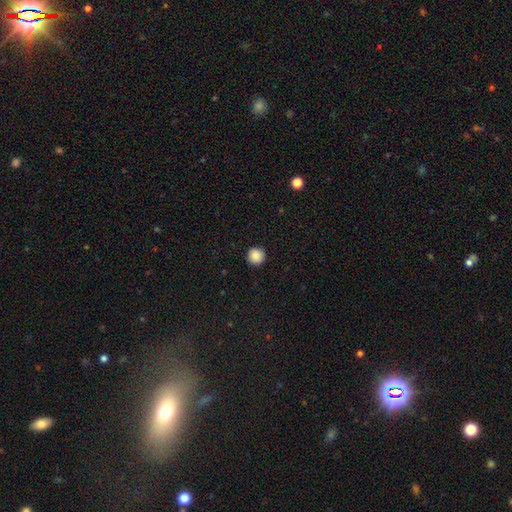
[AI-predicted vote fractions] Overall: smooth (88%). How rounded: round (96%). Merging: none (93%).